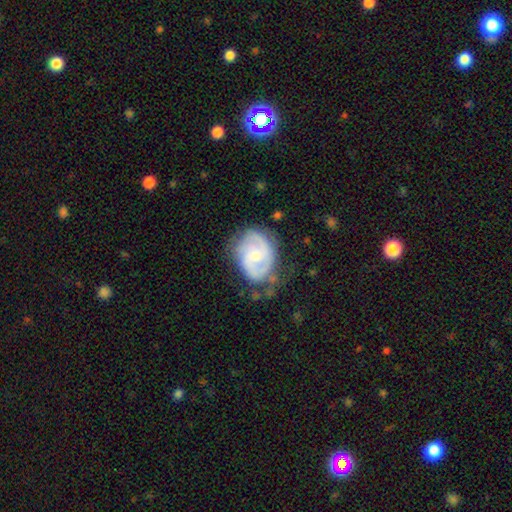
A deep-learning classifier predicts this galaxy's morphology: A featured or disk galaxy (75%) with no bar (53%), 2 (66%) medium (45%) spiral arms (90%) and a small central bulge (48%).

Vote fractions:
- Smooth or featured? featured or disk: 75% / smooth: 19% / star or artifact: 6%
- Edge-on disk? no: 97% / yes: 3%
- Bar? no: 53% / weak: 40% / strong: 7%
- Spiral arms? yes: 90% / no: 10%
- Spiral winding? medium: 45% / tight: 41% / loose: 15%
- Spiral arm count? 2: 66% / can't tell: 17% / 3: 9% / 1: 4% / 4: 2% / more than 4: 2%
- Bulge size? small: 48% / moderate: 47% / large: 2% / none: 2% / dominant: 1%
- Merging? none: 62% / minor disturbance: 26% / major disturbance: 11% / merger: 2%